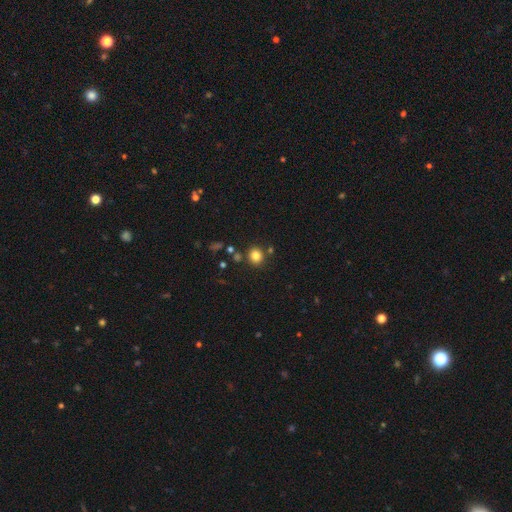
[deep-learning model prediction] This appears to be a smooth galaxy with no disk features (81%) that is round (86%). Merging: none (83%).